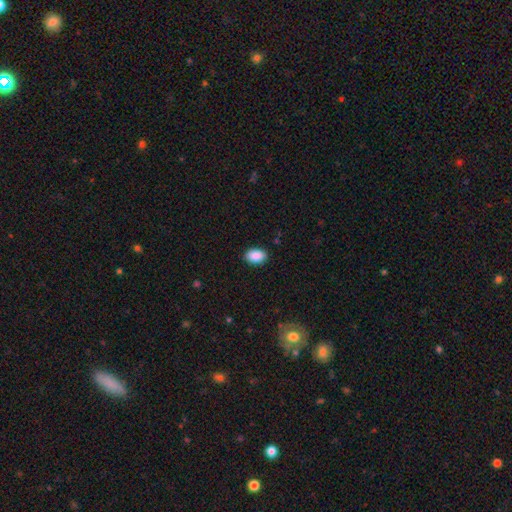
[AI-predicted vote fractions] This is clearly a smooth galaxy (90%). How rounded: clearly in between (89%). Merging: clearly none (88%).